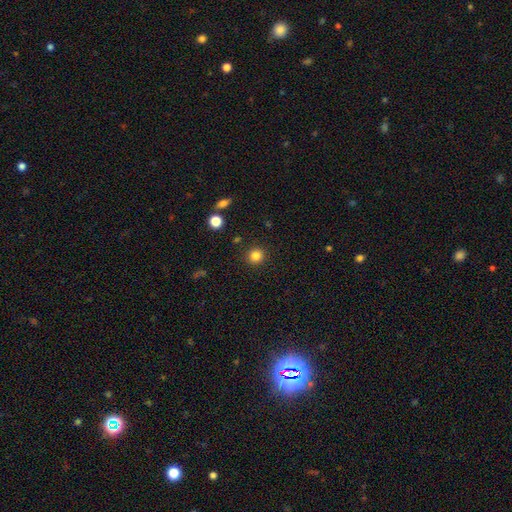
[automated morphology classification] Smooth or featured: smooth — 83% (star or artifact — 12%)
How rounded: round — 92% (in between — 8%)
Merging: none — 90% (minor disturbance — 6%)